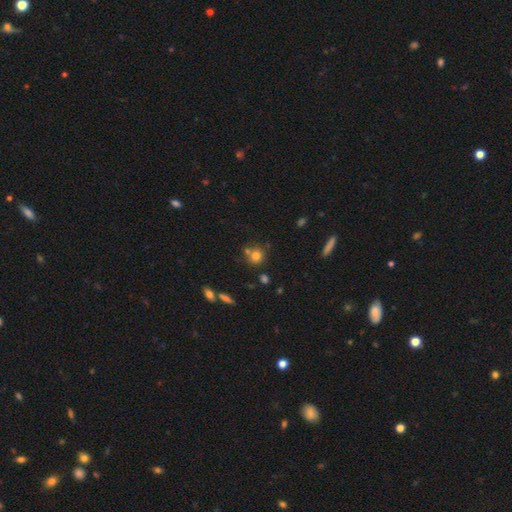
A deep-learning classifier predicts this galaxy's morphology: smooth-or-featured: smooth: 76% | star or artifact: 14% | featured or disk: 10%
  how-rounded: round: 87% | in between: 12% | cigar-shaped: 1%
  merging: none: 62% | merger: 24% | minor disturbance: 10% | major disturbance: 4%